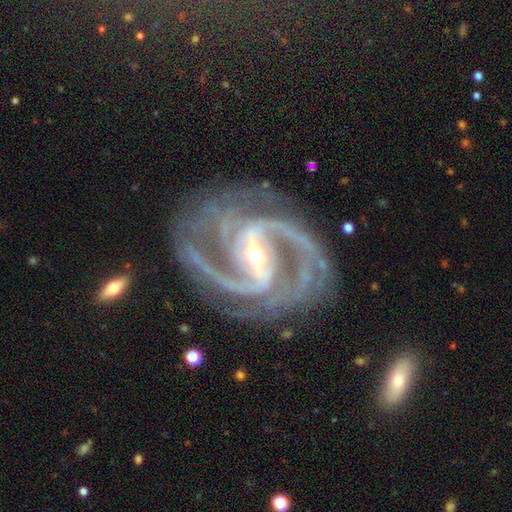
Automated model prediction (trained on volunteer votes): Morphology: type=featured or disk (94%); edge-on=no (98%); bar=strong (61%); spiral arms=yes (99%); winding=medium (60%); arm count=2 (55%); bulge=small (50%); merging=none (75%).